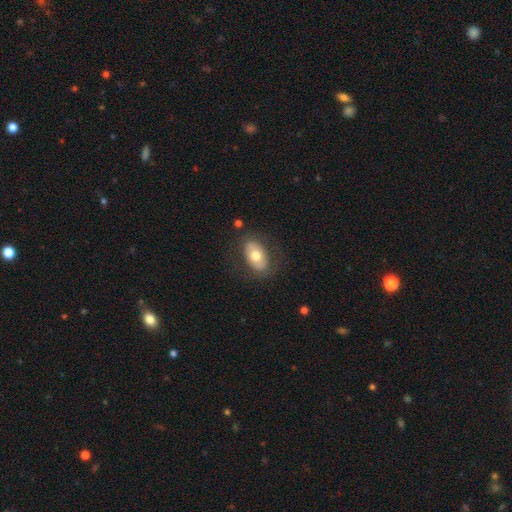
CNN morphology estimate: smooth-or-featured: smooth: 61% | featured or disk: 32% | star or artifact: 7%
  how-rounded: in between: 89% | round: 9% | cigar-shaped: 2%
  merging: none: 79% | minor disturbance: 14% | major disturbance: 6% | merger: 1%